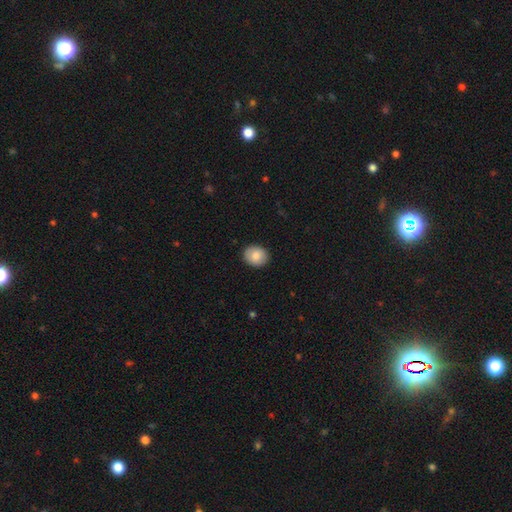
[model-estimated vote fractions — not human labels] Q: Smooth or featured?
A: smooth (83%); runner-up: featured or disk (10%)
Q: How rounded?
A: round (62%); runner-up: in between (37%)
Q: Merging?
A: none (90%); runner-up: minor disturbance (7%)